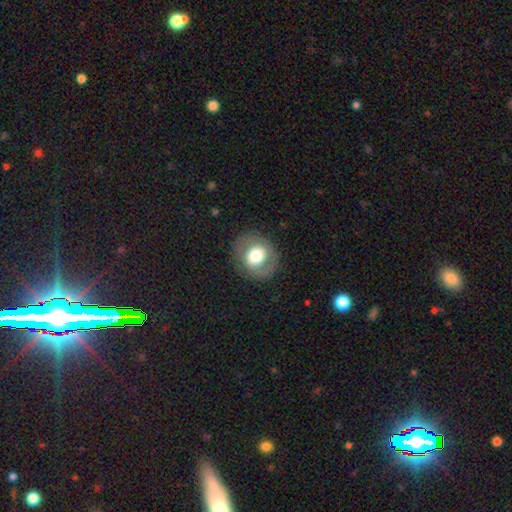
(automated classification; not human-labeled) Smooth or featured?
  - smooth: 63% *
  - featured or disk: 29%
  - star or artifact: 8%
How rounded?
  - round: 74% *
  - in between: 25%
  - cigar-shaped: 1%
Merging?
  - none: 82% *
  - minor disturbance: 11%
  - major disturbance: 6%
  - merger: 1%